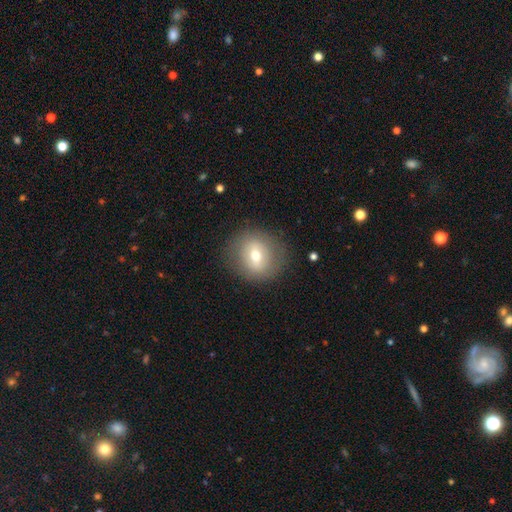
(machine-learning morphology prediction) Overall: smooth (58%; featured or disk 33%). How rounded: round (81%). Merging: none (84%).